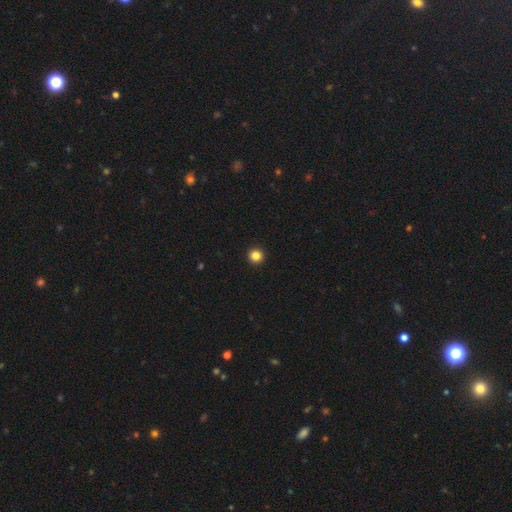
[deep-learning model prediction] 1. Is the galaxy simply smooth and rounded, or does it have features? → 85% smooth, 12% star or artifact, 4% featured or disk.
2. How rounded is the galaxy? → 96% round, 3% in between, 1% cigar-shaped.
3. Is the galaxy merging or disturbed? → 94% none, 3% minor disturbance, 1% major disturbance, 1% merger.